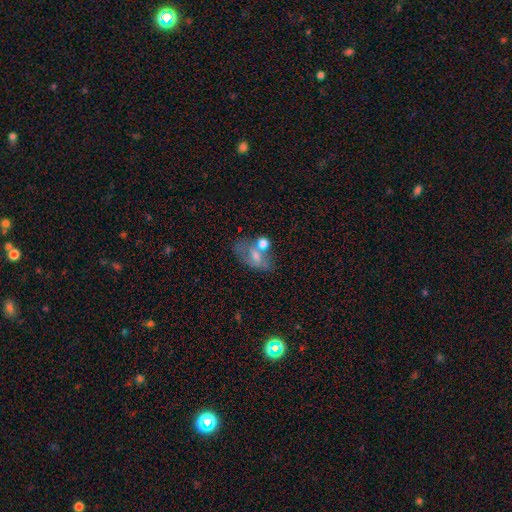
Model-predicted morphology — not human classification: Overall: smooth (47%; featured or disk 37%). Merging: none (41%; merger 27%).